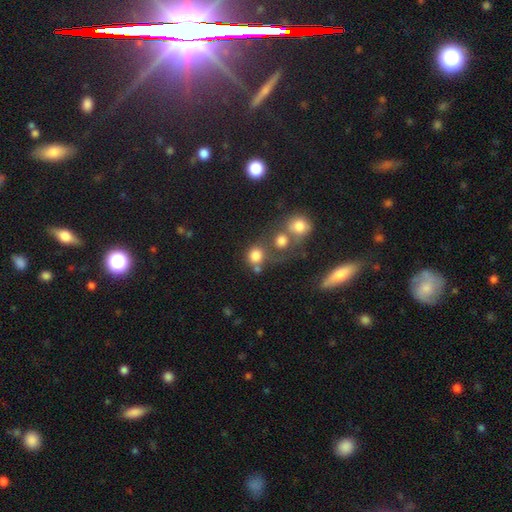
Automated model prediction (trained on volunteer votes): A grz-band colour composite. It shows a smooth galaxy with no disk features (77%) that is round (83%). Merging: none (51%).